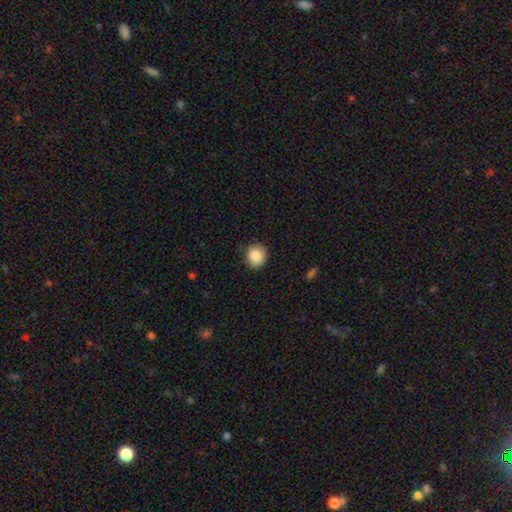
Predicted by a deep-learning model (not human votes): This appears to be a smooth galaxy with no disk features (89%) that is round (77%). Merging: none (85%).